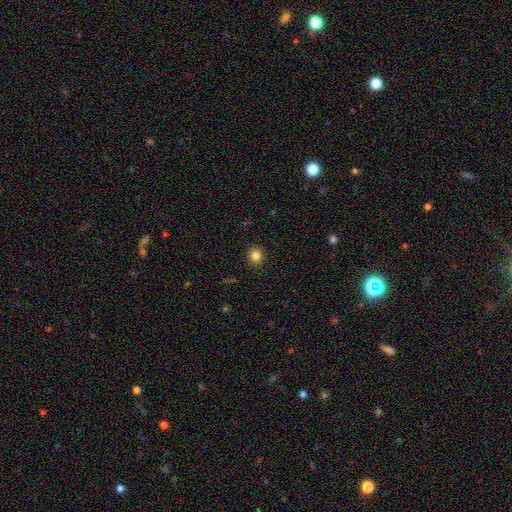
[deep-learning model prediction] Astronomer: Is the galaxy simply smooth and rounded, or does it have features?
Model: smooth — 83%.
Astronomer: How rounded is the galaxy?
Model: round — 80%.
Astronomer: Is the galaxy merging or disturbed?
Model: none — 90%.